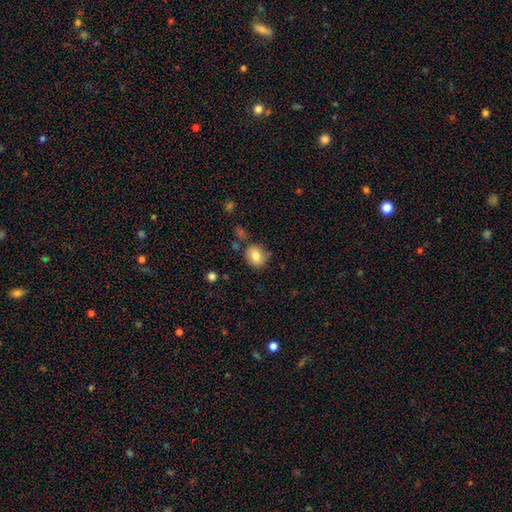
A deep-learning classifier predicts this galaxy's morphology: Overall: smooth (80%). How rounded: round (63%; in between 36%). Merging: none (74%).